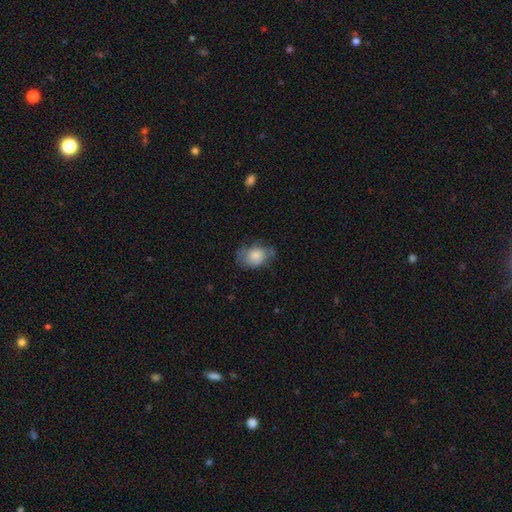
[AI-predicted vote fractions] A smooth galaxy with no disk features (72%) that is in between round and cigar-shaped (71%).

Vote fractions:
- Smooth or featured? smooth: 72% / featured or disk: 21% / star or artifact: 8%
- How rounded? in between: 71% / round: 28% / cigar-shaped: 1%
- Merging? none: 47% / minor disturbance: 33% / major disturbance: 18% / merger: 2%